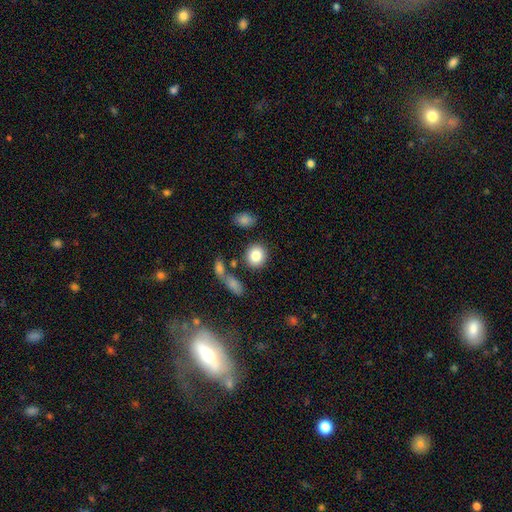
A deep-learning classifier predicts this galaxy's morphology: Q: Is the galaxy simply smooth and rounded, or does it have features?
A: smooth — 83%.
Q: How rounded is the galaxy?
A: round — 83%.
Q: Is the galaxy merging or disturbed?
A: none — 81%.